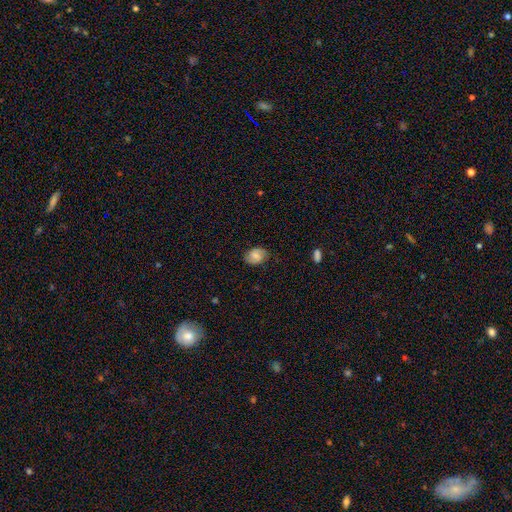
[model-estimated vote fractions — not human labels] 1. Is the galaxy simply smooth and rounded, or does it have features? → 55% smooth, 37% featured or disk, 9% star or artifact.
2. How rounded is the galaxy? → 71% in between, 27% round, 1% cigar-shaped.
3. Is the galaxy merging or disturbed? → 75% none, 19% minor disturbance, 5% major disturbance, 1% merger.